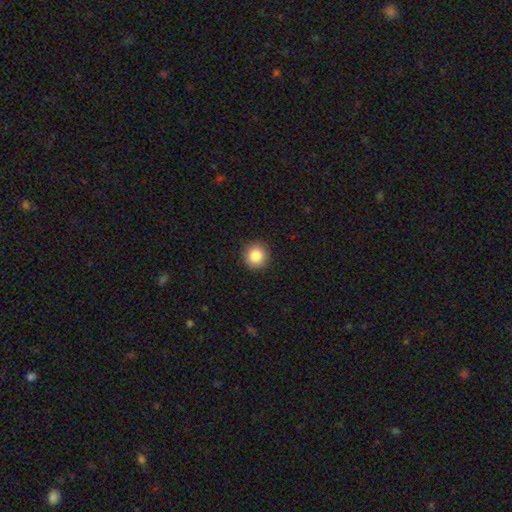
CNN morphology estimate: Smooth or featured: smooth — 85% (star or artifact — 10%)
How rounded: round — 93% (in between — 6%)
Merging: none — 91% (minor disturbance — 6%)